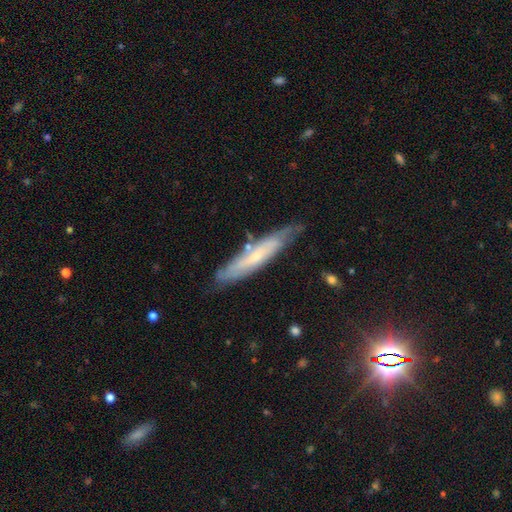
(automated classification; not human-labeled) Q: Smooth or featured?
A: featured or disk (55%); runner-up: smooth (39%)
Q: Edge-on disk?
A: yes (63%); runner-up: no (37%)
Q: Merging?
A: none (70%); runner-up: minor disturbance (22%)